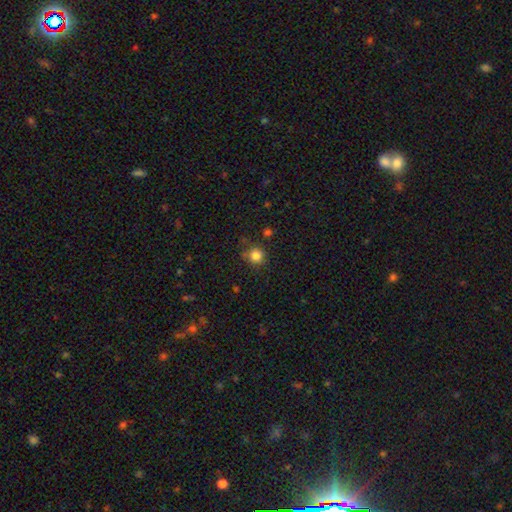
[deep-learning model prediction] Smooth or featured: smooth — 83% (star or artifact — 12%)
How rounded: round — 92% (in between — 7%)
Merging: none — 81% (minor disturbance — 12%)